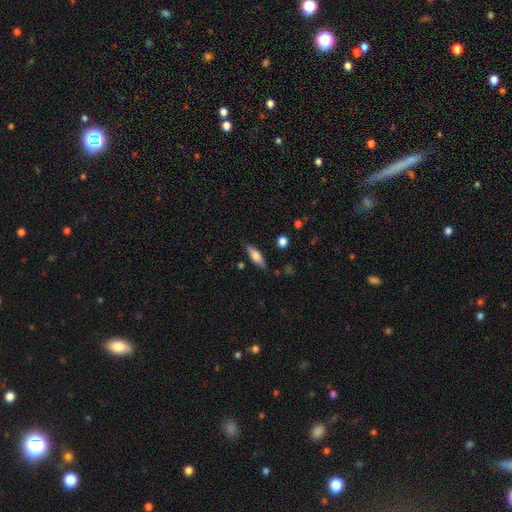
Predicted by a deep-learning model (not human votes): This appears to be a smooth galaxy with no disk features (63%) that is cigar-shaped (49%). Merging: none (82%).